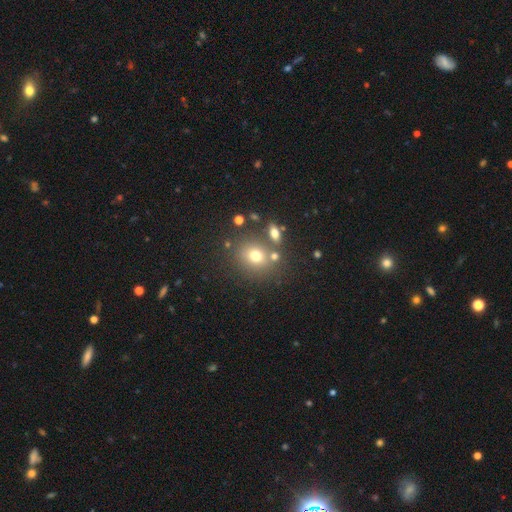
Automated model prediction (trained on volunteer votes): Smooth or featured? Predicted: smooth (p=0.72). How rounded? Predicted: round (p=0.69). Merging? Predicted: none (p=0.70).